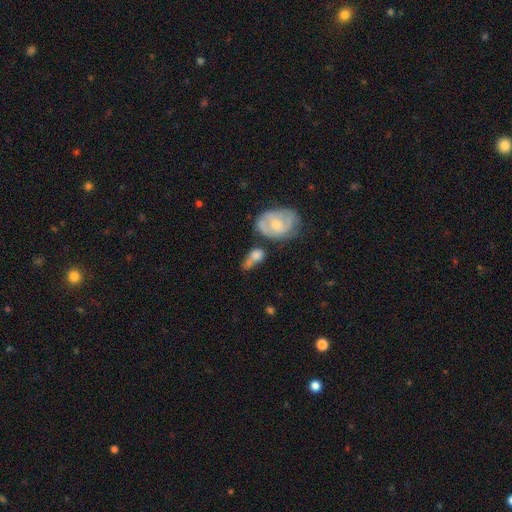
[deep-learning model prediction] Smooth or featured: smooth — 61% (featured or disk — 30%)
How rounded: in between — 69% (round — 25%)
Merging: none — 30% (merger — 28%)